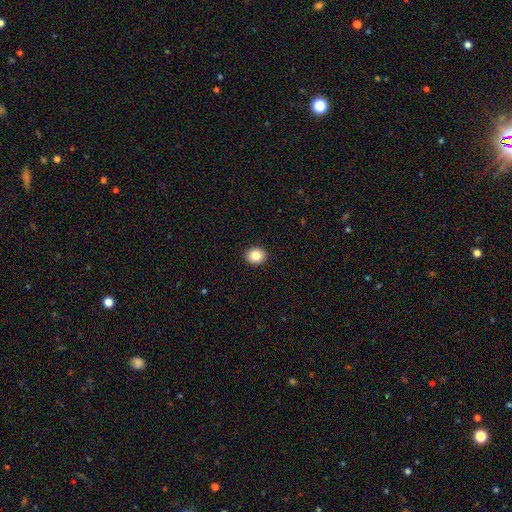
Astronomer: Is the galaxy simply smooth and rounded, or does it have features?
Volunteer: smooth — 87%.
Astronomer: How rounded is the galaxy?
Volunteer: round — 71%.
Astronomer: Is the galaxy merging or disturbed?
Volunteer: none — 95%.